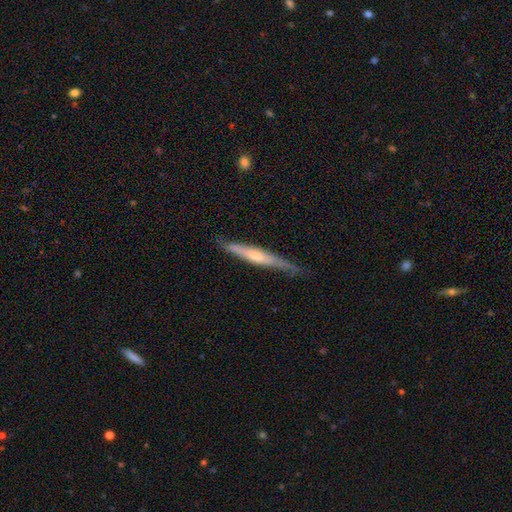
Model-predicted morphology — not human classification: This appears to be a featured or disk galaxy (62%) viewed edge-on (92%) with a rounded central bulge (64%). Merging: none (74%).